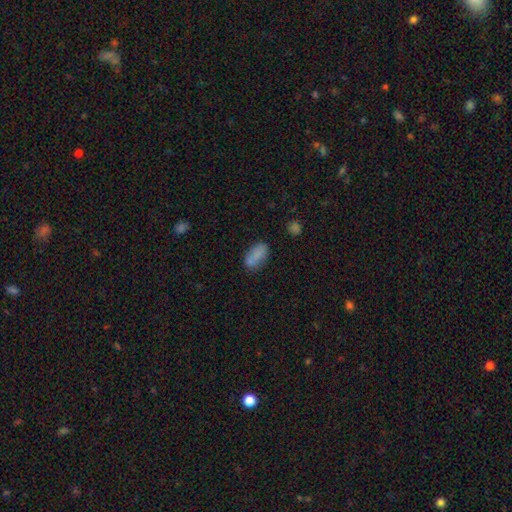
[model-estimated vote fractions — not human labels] A smooth galaxy with no disk features (77%) that is in between round and cigar-shaped (89%).

Vote fractions:
- Smooth or featured? smooth: 77% / featured or disk: 13% / star or artifact: 10%
- How rounded? in between: 89% / round: 6% / cigar-shaped: 5%
- Merging? none: 60% / minor disturbance: 20% / merger: 14% / major disturbance: 6%